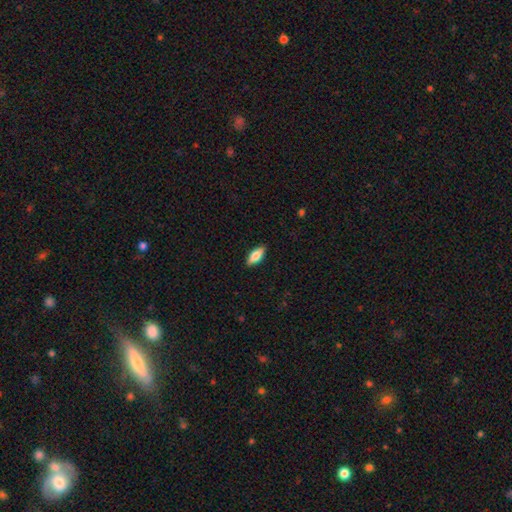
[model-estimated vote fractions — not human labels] smooth_or_featured: smooth (p=0.73) [alt: featured or disk p=0.21]
how_rounded: in between (p=0.76) [alt: cigar-shaped p=0.22]
merging: none (p=0.89) [alt: minor disturbance p=0.09]